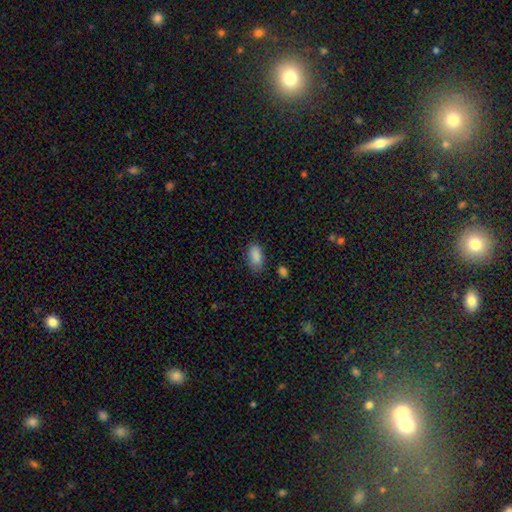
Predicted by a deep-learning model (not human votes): Q: Smooth or featured?
A: smooth (88%); runner-up: star or artifact (8%)
Q: How rounded?
A: in between (92%); runner-up: cigar-shaped (5%)
Q: Merging?
A: none (76%); runner-up: minor disturbance (17%)